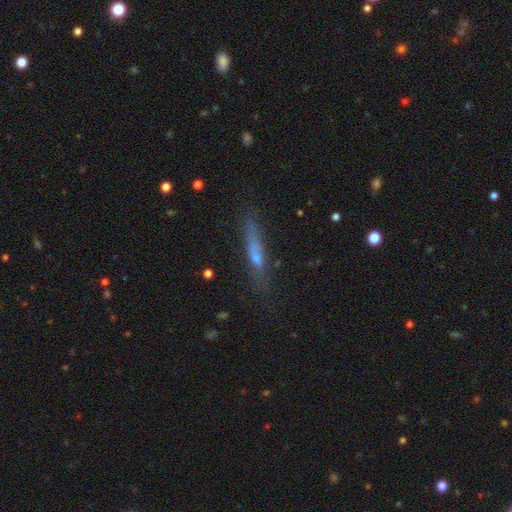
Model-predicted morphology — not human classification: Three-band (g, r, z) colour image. It shows a smooth galaxy with no disk features (50%) that is cigar-shaped (87%). Merging: none (68%).